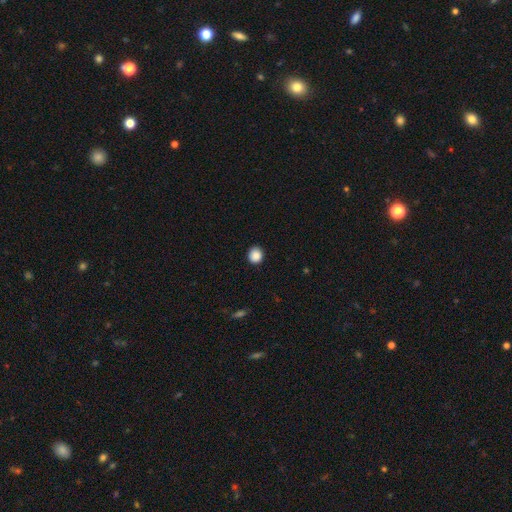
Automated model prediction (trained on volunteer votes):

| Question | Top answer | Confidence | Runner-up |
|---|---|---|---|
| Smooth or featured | smooth | 88% | star or artifact (9%) |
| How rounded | round | 89% | in between (10%) |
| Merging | none | 91% | minor disturbance (6%) |